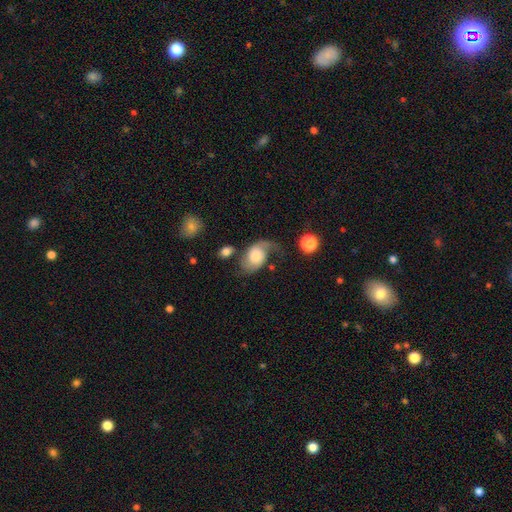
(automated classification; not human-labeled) featured or disk 54%, smooth 39%, star or artifact 7%. Down the decision tree: edge-on disk — no (96%); bar — no (72%); spiral arms — yes (85%); bulge size — moderate (54%); merging — none (34%).